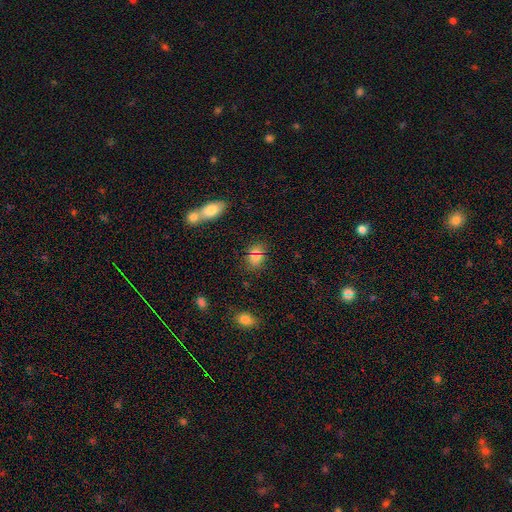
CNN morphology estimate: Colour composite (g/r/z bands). It shows a smooth galaxy with no disk features (73%) that is in between round and cigar-shaped (69%). Merging: none (75%).